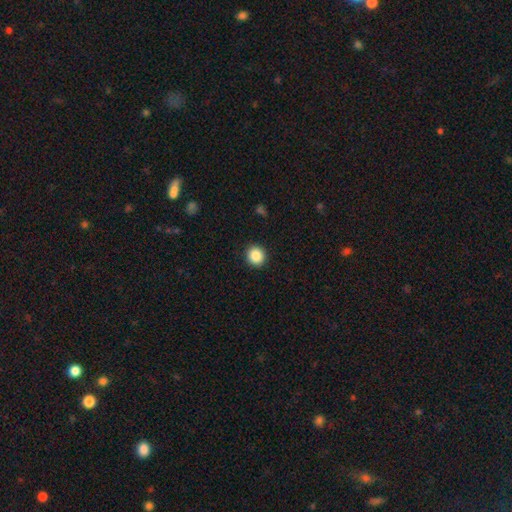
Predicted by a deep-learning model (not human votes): The model was most divided on "smooth or featured": smooth: 87%, star or artifact: 10%, featured or disk: 4%. More confident: merging — none (92%); how rounded — round (89%).